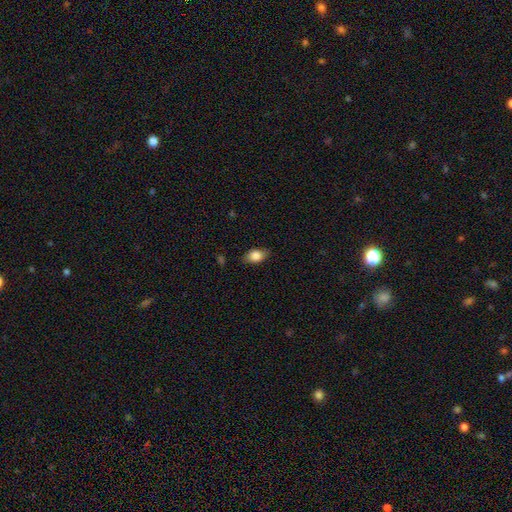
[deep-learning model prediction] This is clearly a smooth galaxy (81%). How rounded: clearly in between (85%). Merging: clearly none (82%).